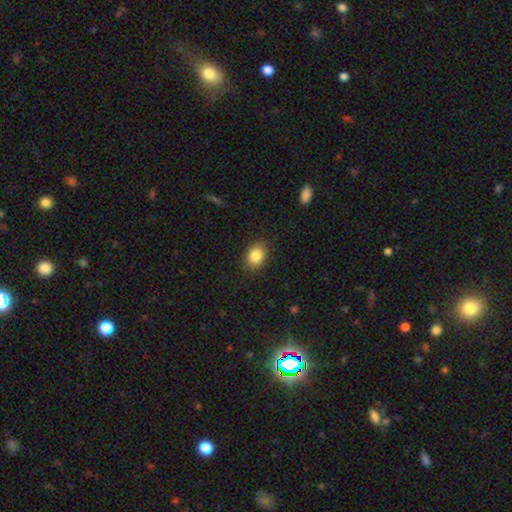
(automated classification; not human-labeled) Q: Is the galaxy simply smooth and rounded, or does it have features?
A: smooth — 85%.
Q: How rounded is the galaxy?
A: in between — 66%.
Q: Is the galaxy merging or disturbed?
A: none — 88%.